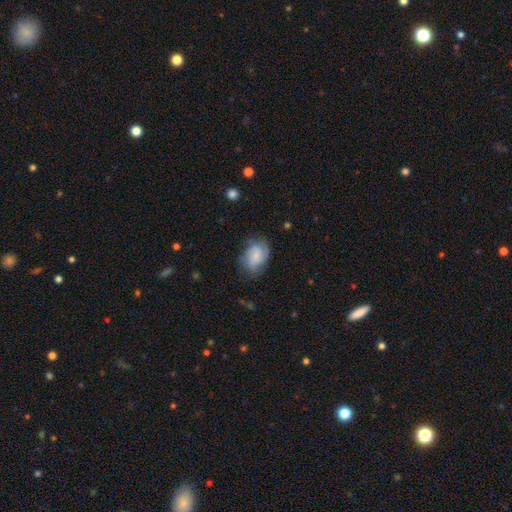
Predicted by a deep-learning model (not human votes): Smooth or featured? Predicted: smooth (p=0.51). How rounded? Predicted: in between (p=0.75). Merging? Predicted: none (p=0.65).